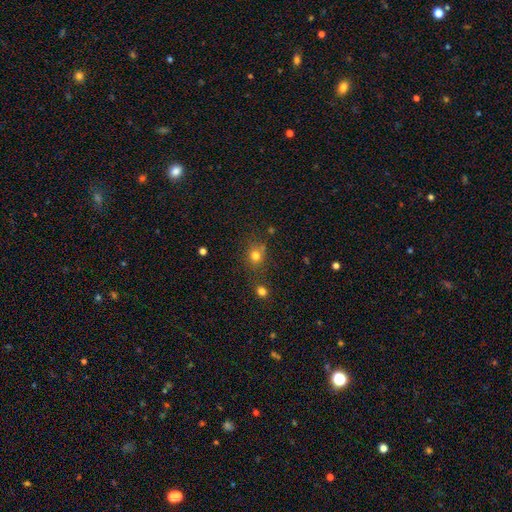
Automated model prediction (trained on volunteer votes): Morphology: type=smooth (76%); roundness=round (69%); merging=none (67%).